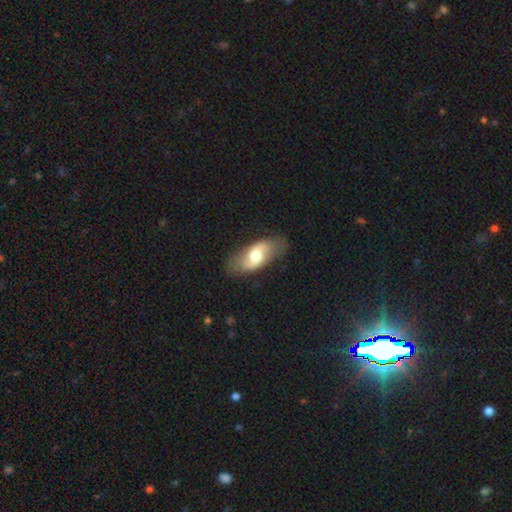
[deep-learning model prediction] This appears to be a featured or disk galaxy (60%) with a weak bar (44%), spiral arms (82%) and a moderate central bulge (62%). Merging: none (76%).